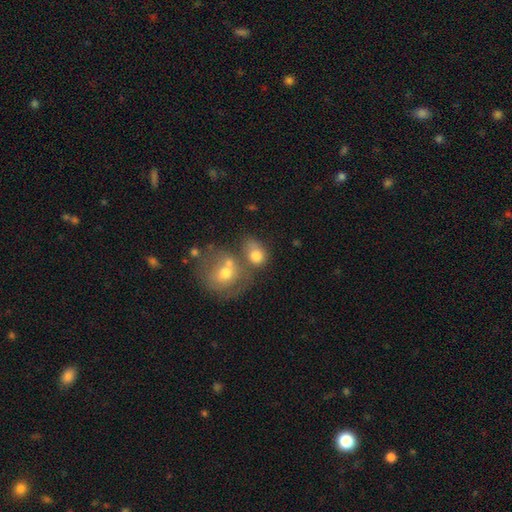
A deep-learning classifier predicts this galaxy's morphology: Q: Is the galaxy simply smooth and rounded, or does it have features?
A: smooth — 75%.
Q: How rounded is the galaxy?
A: round — 52%.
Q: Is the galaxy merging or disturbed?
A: merger — 43%.